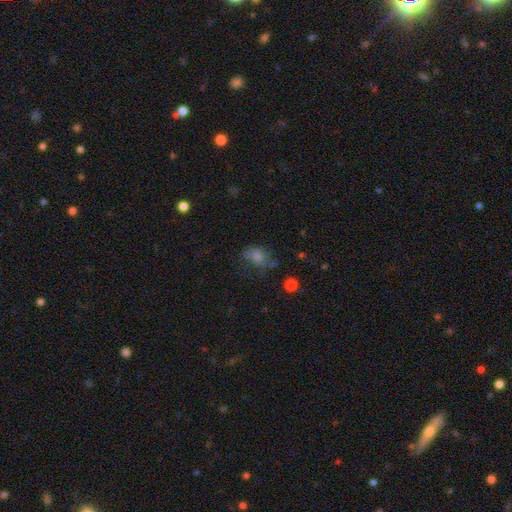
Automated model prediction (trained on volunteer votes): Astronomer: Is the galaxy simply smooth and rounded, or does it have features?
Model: smooth — 60%.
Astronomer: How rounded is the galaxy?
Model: in between — 61% (runner-up: round, 37%).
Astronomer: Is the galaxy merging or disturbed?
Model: none — 52%.